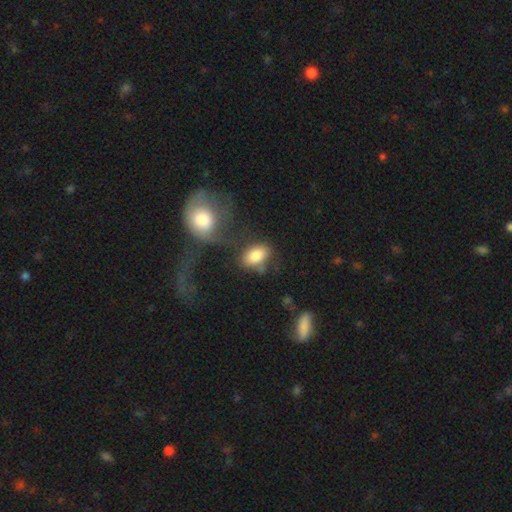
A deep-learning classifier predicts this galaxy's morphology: smooth-or-featured: smooth: 83% | featured or disk: 9% | star or artifact: 8%
  how-rounded: in between: 88% | round: 10% | cigar-shaped: 2%
  merging: none: 53% | minor disturbance: 20% | merger: 16% | major disturbance: 11%